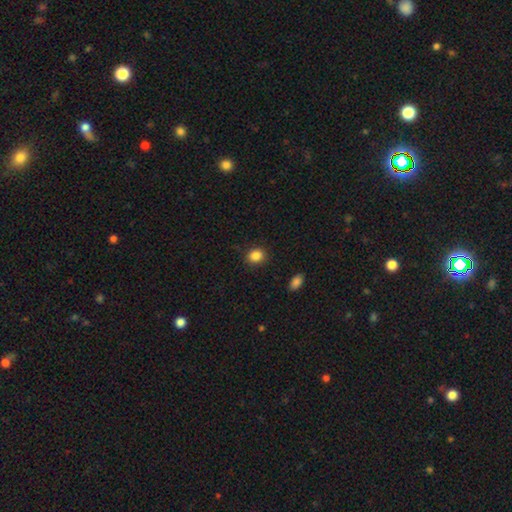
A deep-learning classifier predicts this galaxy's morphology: type=smooth (87%); roundness=round (64%); merging=none (88%).